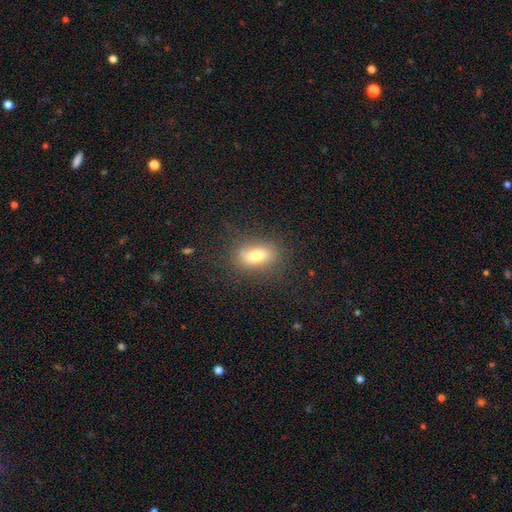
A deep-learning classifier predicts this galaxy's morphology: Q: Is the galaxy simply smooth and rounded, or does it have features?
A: smooth — 75%.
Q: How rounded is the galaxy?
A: in between — 80%.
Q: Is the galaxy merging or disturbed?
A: none — 80%.